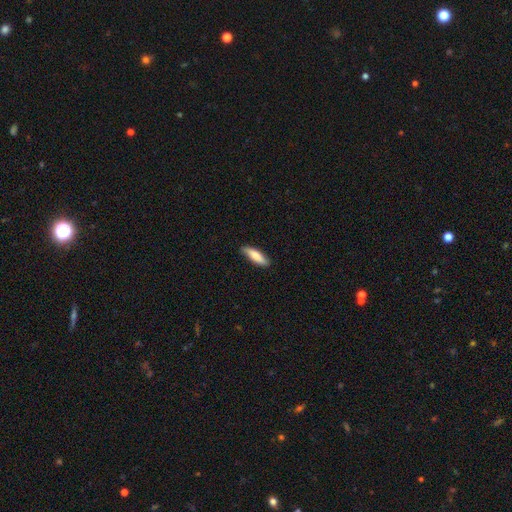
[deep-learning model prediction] Q: Smooth or featured?
A: smooth (79%); runner-up: featured or disk (15%)
Q: How rounded?
A: cigar-shaped (60%); runner-up: in between (38%)
Q: Merging?
A: none (85%); runner-up: minor disturbance (12%)